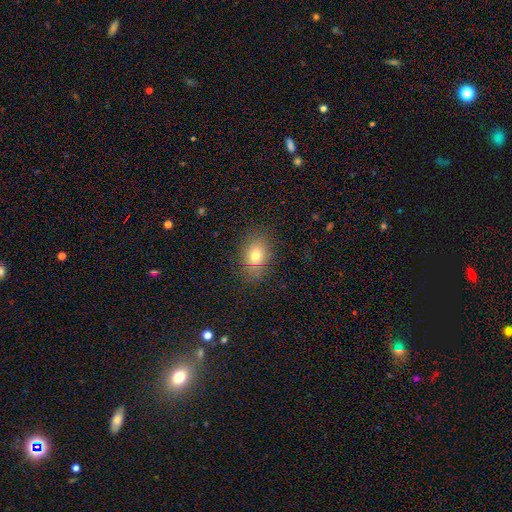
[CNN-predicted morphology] Overall: smooth (77%). How rounded: in between (68%; round 30%). Merging: none (82%).